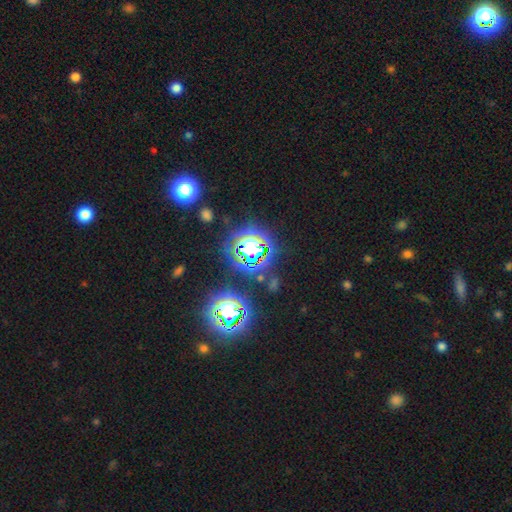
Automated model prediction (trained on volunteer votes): This appears to be a star or artifact, not a galaxy (81%).